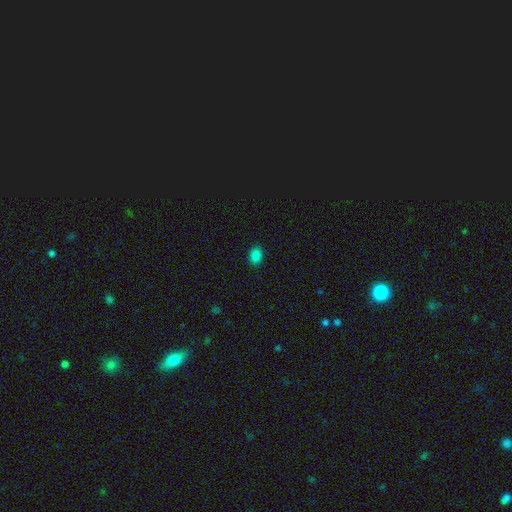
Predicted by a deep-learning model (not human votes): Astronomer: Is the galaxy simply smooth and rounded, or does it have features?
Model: smooth — 83%.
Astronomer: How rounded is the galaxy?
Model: in between — 69%.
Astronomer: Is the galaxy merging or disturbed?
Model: none — 89%.